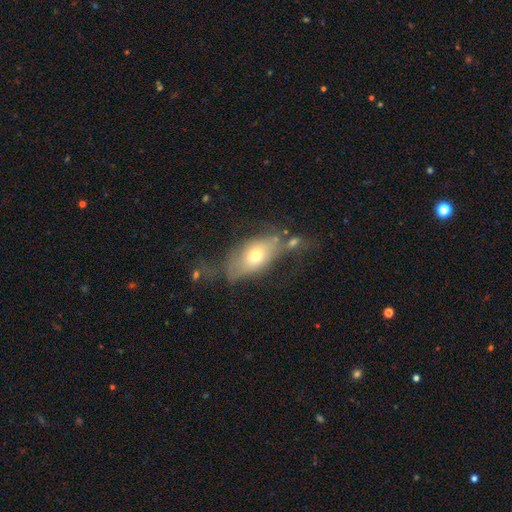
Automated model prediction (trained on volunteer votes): The model was most divided on "merging": none: 40%, major disturbance: 26%, minor disturbance: 25%, merger: 9%. More confident: how rounded — in between (85%); smooth or featured — smooth (60%).